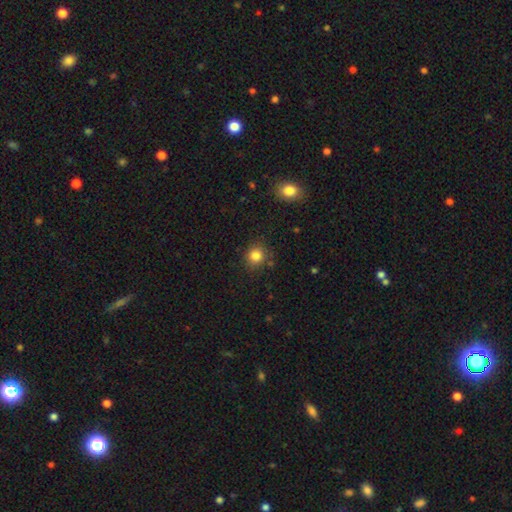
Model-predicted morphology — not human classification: Smooth or featured? Predicted: smooth (p=0.83). How rounded? Predicted: round (p=0.84). Merging? Predicted: none (p=0.84).